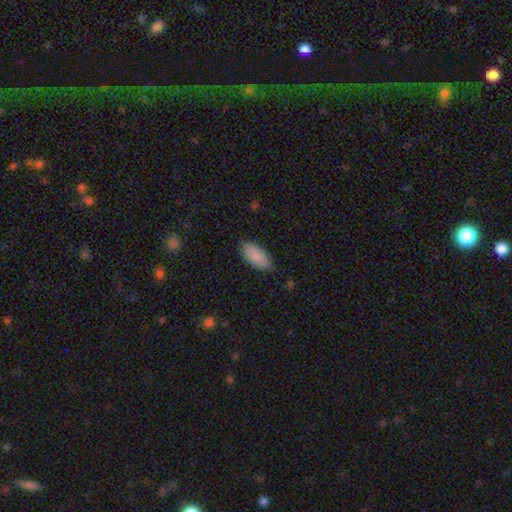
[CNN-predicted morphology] Smooth or featured? Predicted: smooth (p=0.89). How rounded? Predicted: in between (p=0.90). Merging? Predicted: none (p=0.76).